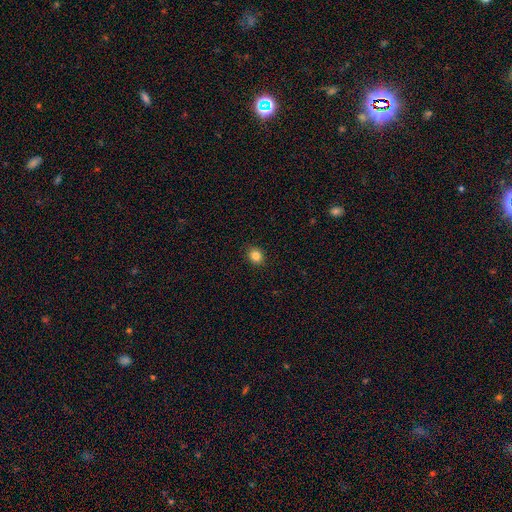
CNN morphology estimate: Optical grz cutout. It shows a smooth galaxy with no disk features (84%) that is round (71%). Merging: none (91%).